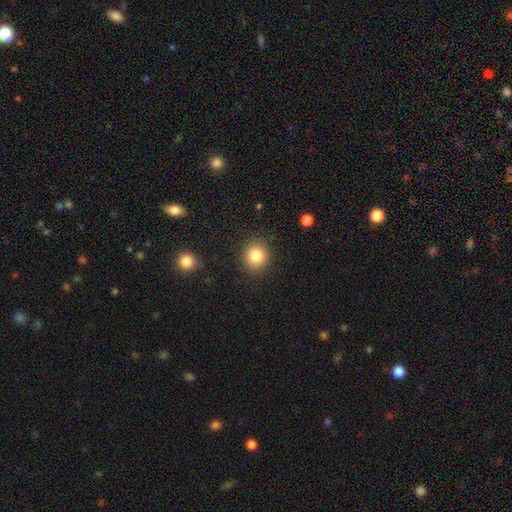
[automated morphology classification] A smooth galaxy with no disk features (84%) that is round (84%). Merging: none (88%).